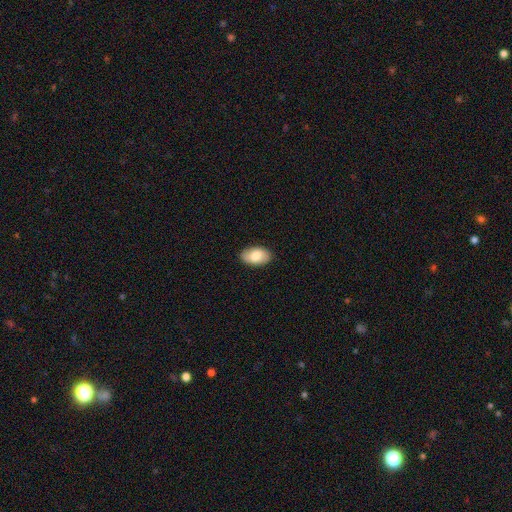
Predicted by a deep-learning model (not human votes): This appears to be a smooth galaxy with no disk features (80%) that is in between round and cigar-shaped (94%). Merging: none (88%).